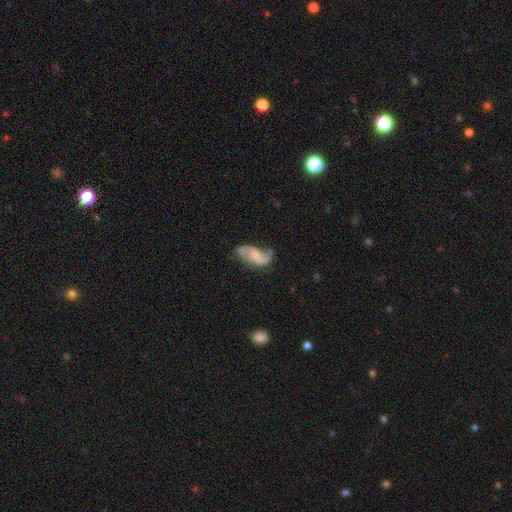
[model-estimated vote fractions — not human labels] A featured or disk galaxy (69%) with no bar (45%), 2 (82%) loose (72%) spiral arms (90%) and no central bulge (53%).

Vote fractions:
- Smooth or featured? featured or disk: 69% / smooth: 24% / star or artifact: 8%
- Edge-on disk? no: 96% / yes: 4%
- Bar? no: 45% / weak: 39% / strong: 15%
- Spiral arms? yes: 90% / no: 10%
- Spiral winding? loose: 72% / medium: 22% / tight: 6%
- Spiral arm count? 2: 82% / 1: 11% / can't tell: 4% / 3: 1% / 4: 1% / more than 4: 1%
- Bulge size? none: 53% / small: 22% / moderate: 16% / large: 7% / dominant: 2%
- Merging? none: 49% / minor disturbance: 26% / major disturbance: 20% / merger: 5%